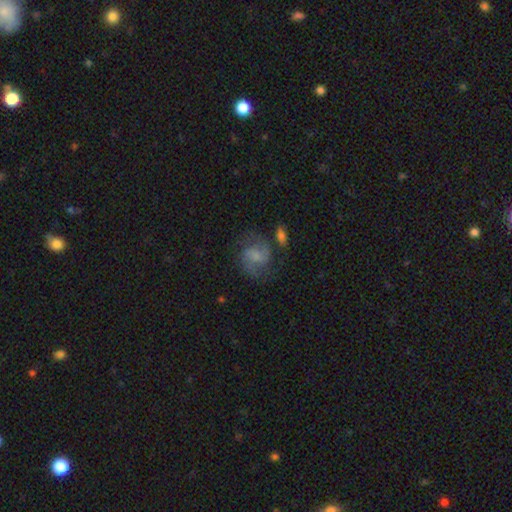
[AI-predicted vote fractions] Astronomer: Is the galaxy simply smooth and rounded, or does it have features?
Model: featured or disk — 62%.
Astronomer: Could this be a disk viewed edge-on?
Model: no — 97%.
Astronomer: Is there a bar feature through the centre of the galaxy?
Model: no — 51% (runner-up: weak, 41%).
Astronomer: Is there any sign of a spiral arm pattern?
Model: yes — 90%.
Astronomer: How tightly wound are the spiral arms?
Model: medium — 52% (runner-up: loose, 29%).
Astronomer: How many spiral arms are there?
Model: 2 — 82%.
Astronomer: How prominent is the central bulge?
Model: none — 35% (runner-up: small, 30%).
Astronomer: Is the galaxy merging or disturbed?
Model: none — 62%.